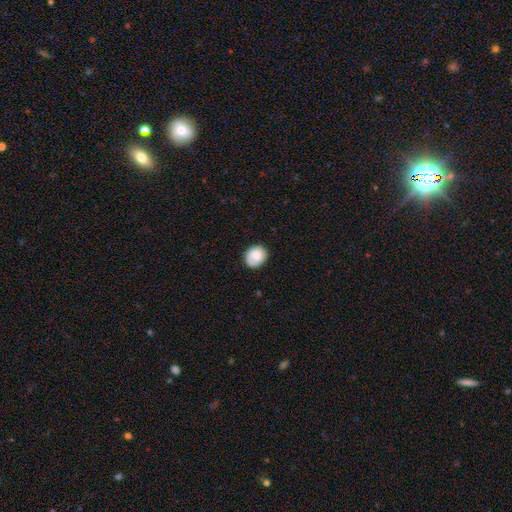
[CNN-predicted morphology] smooth 78%, featured or disk 15%, star or artifact 8%. Down the decision tree: how rounded — round (66%); merging — none (77%).